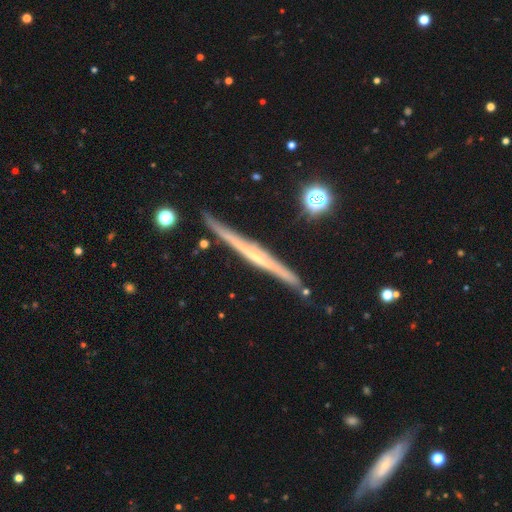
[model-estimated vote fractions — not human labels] featured or disk 74%, smooth 19%, star or artifact 6%. Down the decision tree: edge-on disk — yes (97%); edge-on bulge — none (62%); merging — none (86%).